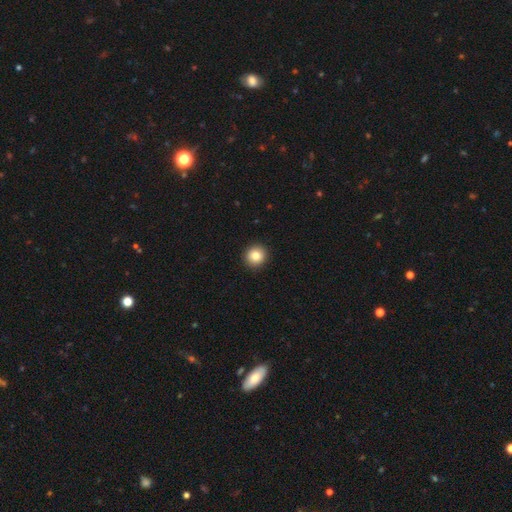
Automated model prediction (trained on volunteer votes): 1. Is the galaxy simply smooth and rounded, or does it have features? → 83% smooth, 10% star or artifact, 7% featured or disk.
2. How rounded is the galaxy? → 94% round, 5% in between, 1% cigar-shaped.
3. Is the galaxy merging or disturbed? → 93% none, 4% minor disturbance, 1% major disturbance, 1% merger.